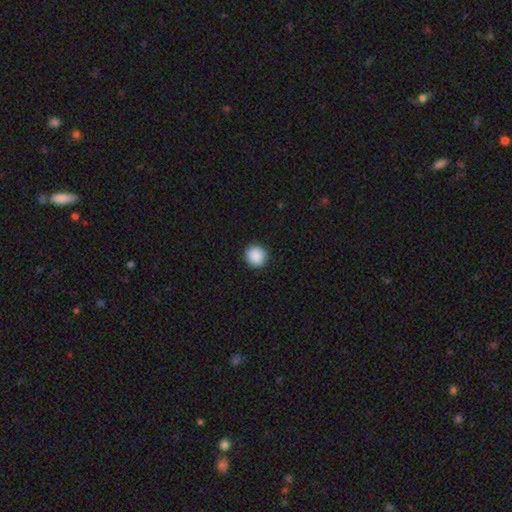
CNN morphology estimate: Q: Smooth or featured?
A: smooth (90%); runner-up: star or artifact (7%)
Q: How rounded?
A: round (92%); runner-up: in between (7%)
Q: Merging?
A: none (92%); runner-up: minor disturbance (5%)